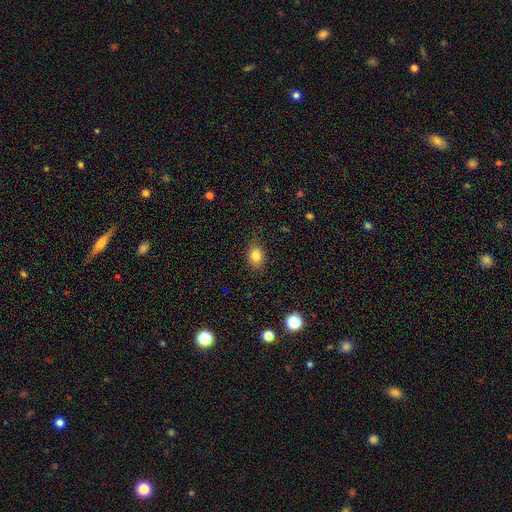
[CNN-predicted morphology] smooth-or-featured: smooth: 82% | star or artifact: 11% | featured or disk: 7%
  how-rounded: in between: 60% | round: 38% | cigar-shaped: 1%
  merging: none: 80% | minor disturbance: 15% | major disturbance: 4% | merger: 1%